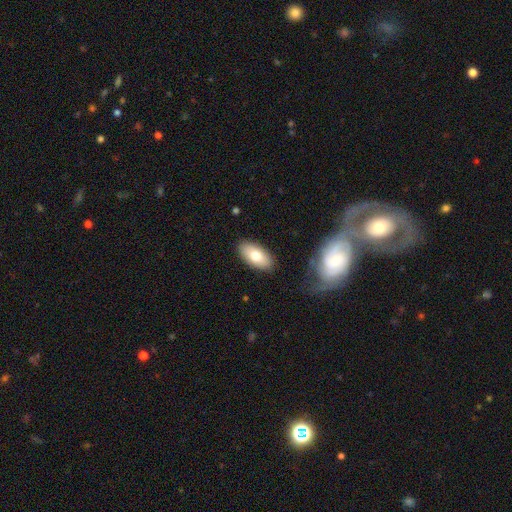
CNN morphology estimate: Overall: smooth (75%). How rounded: in between (93%). Merging: none (87%).